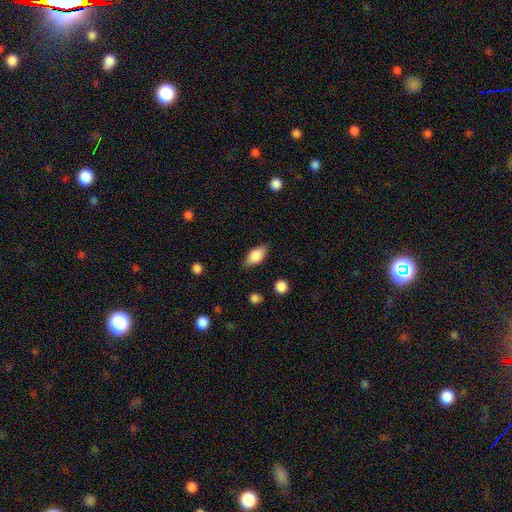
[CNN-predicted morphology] The model was most divided on "merging": none: 81%, minor disturbance: 14%, major disturbance: 3%, merger: 1%. More confident: how rounded — in between (88%); smooth or featured — smooth (80%).